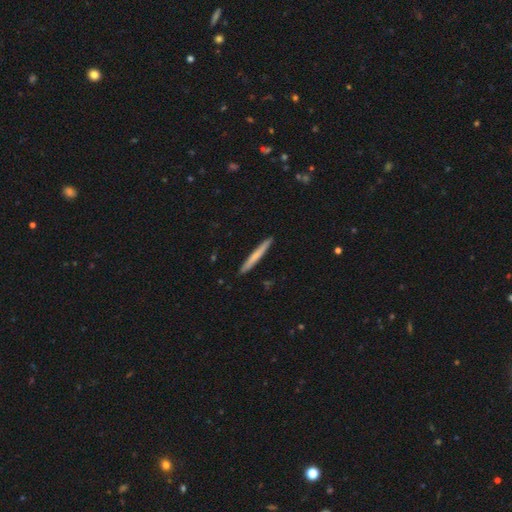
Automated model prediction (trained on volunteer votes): This appears to be a smooth galaxy with no disk features (66%) that is cigar-shaped (97%). Merging: none (92%).